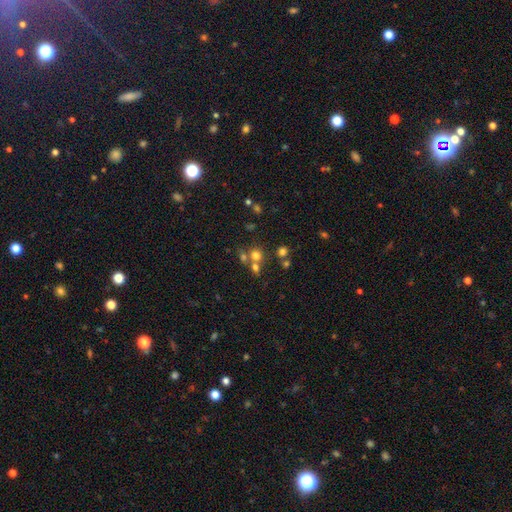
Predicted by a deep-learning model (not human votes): A smooth galaxy with no disk features (64%) that is round (85%).

Vote fractions:
- Smooth or featured? smooth: 64% / star or artifact: 23% / featured or disk: 13%
- How rounded? round: 85% / in between: 14% / cigar-shaped: 1%
- Merging? none: 51% / merger: 37% / minor disturbance: 7% / major disturbance: 4%